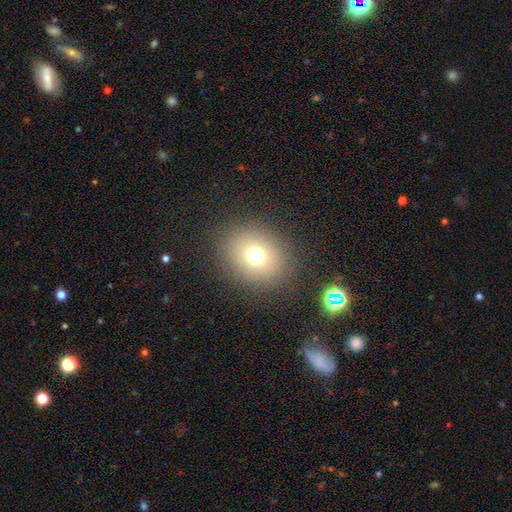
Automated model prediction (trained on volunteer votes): smooth 71%, star or artifact 17%, featured or disk 12%. Down the decision tree: how rounded — round (65%); merging — none (86%).